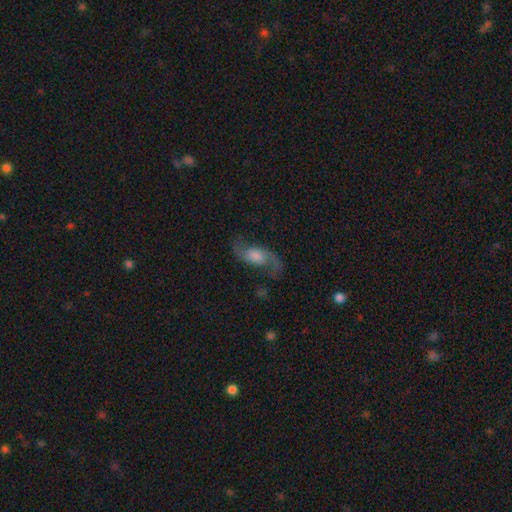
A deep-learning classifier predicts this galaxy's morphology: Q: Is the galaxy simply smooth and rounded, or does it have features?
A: featured or disk — 82%.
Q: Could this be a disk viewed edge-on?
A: no — 94%.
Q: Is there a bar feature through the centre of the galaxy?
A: no — 52%.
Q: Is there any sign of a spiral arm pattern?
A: yes — 96%.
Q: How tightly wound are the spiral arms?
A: loose — 68%.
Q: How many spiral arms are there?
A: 2 — 93%.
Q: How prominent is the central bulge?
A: moderate — 37%.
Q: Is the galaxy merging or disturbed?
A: none — 74%.